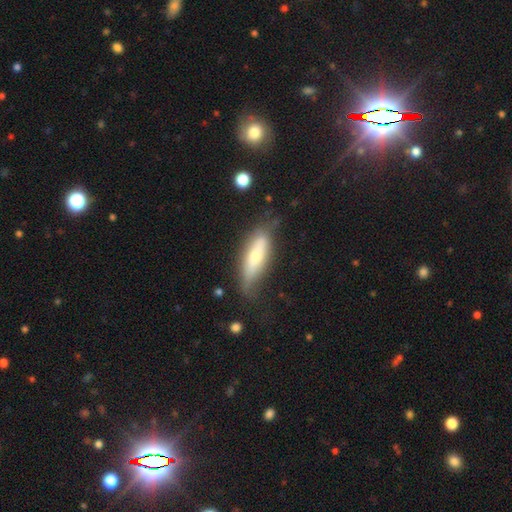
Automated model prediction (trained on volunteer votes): Smooth or featured? Predicted: smooth (p=0.56). How rounded? Predicted: cigar-shaped (p=0.50). Merging? Predicted: none (p=0.58).